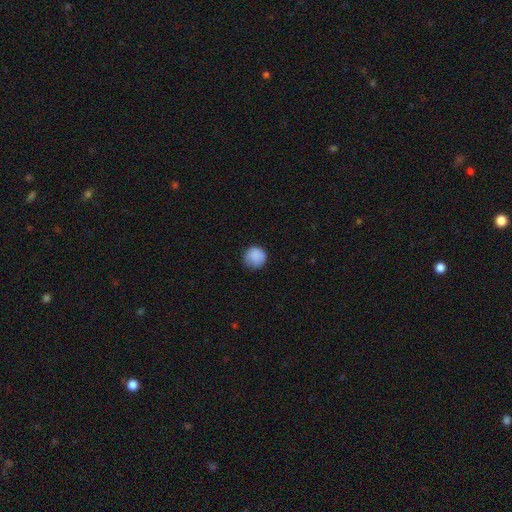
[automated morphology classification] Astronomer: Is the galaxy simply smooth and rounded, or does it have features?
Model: smooth — 88%.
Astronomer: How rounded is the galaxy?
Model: round — 93%.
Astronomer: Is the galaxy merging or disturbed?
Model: none — 78%.